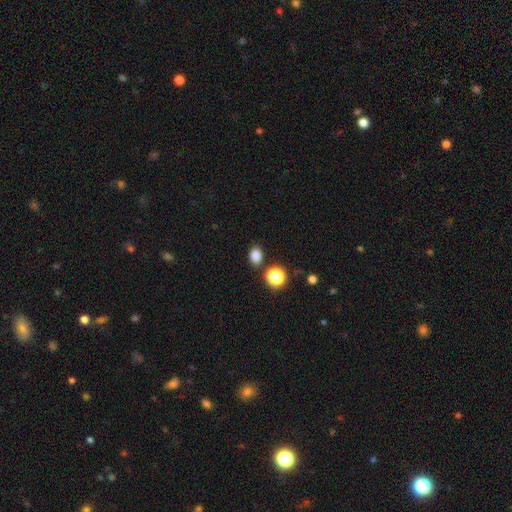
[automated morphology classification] Overall: smooth (82%). How rounded: in between (57%; round 42%). Merging: none (82%).